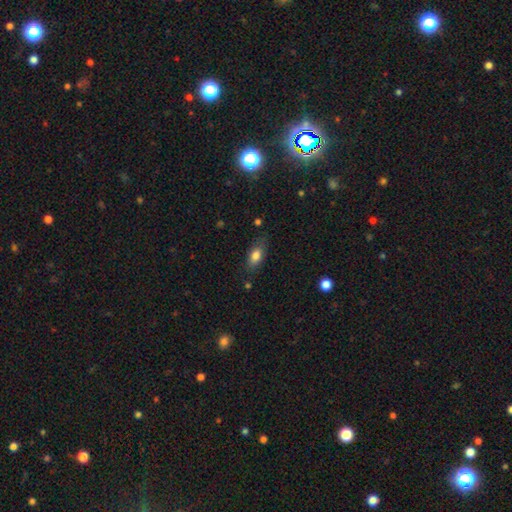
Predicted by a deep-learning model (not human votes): The model was most divided on "merging": none: 74%, minor disturbance: 19%, major disturbance: 5%, merger: 2%. More confident: how rounded — in between (85%); smooth or featured — smooth (81%).